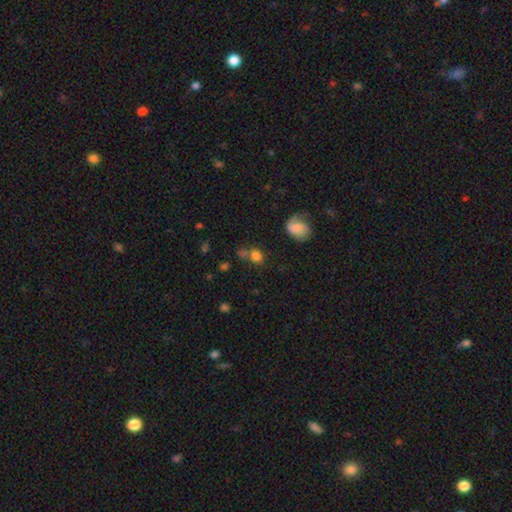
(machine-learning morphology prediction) A smooth galaxy with no disk features (77%) that is round (65%).

Vote fractions:
- Smooth or featured? smooth: 77% / star or artifact: 14% / featured or disk: 9%
- How rounded? round: 65% / in between: 33% / cigar-shaped: 2%
- Merging? none: 49% / merger: 27% / minor disturbance: 15% / major disturbance: 8%